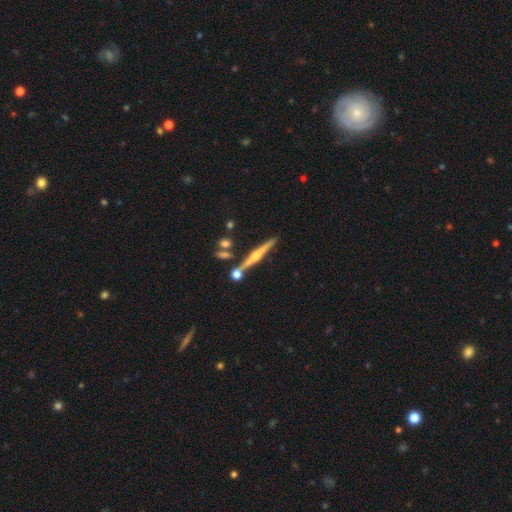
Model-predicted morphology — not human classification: type=featured or disk (80%); edge-on=yes (98%); edge-on bulge=rounded (92%); merging=none (81%).